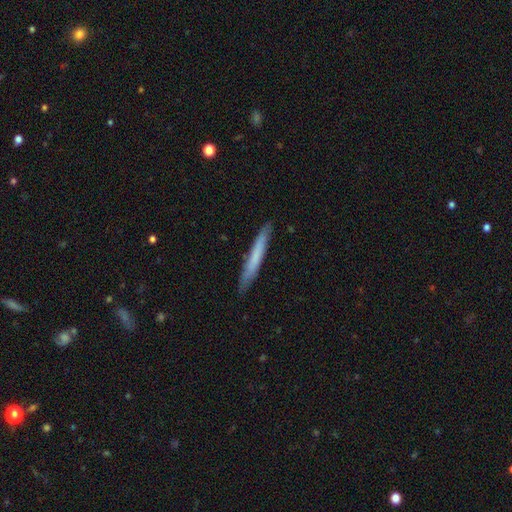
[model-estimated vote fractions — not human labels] This appears to be a smooth galaxy with no disk features (62%) that is cigar-shaped (96%). Merging: none (88%).